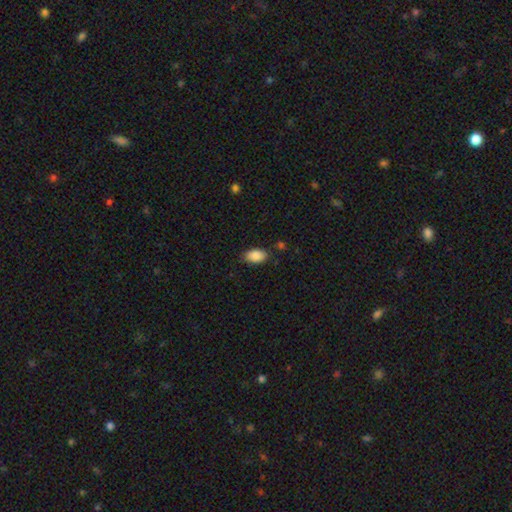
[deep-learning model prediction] A smooth galaxy with no disk features (89%) that is in between round and cigar-shaped (93%).

Vote fractions:
- Smooth or featured? smooth: 89% / star or artifact: 7% / featured or disk: 4%
- How rounded? in between: 93% / round: 5% / cigar-shaped: 2%
- Merging? none: 82% / minor disturbance: 13% / major disturbance: 3% / merger: 2%